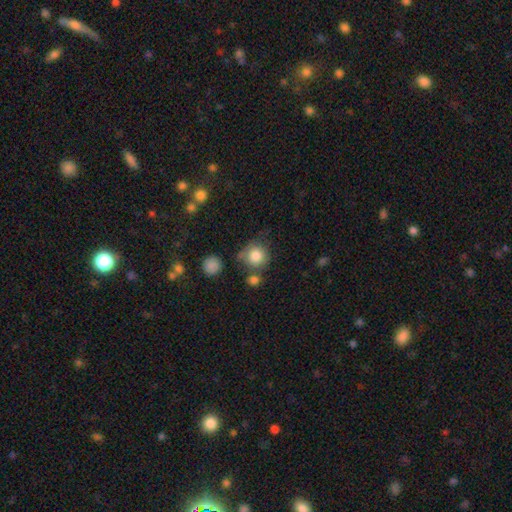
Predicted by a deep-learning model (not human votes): Overall: smooth (82%). How rounded: round (89%). Merging: none (62%).